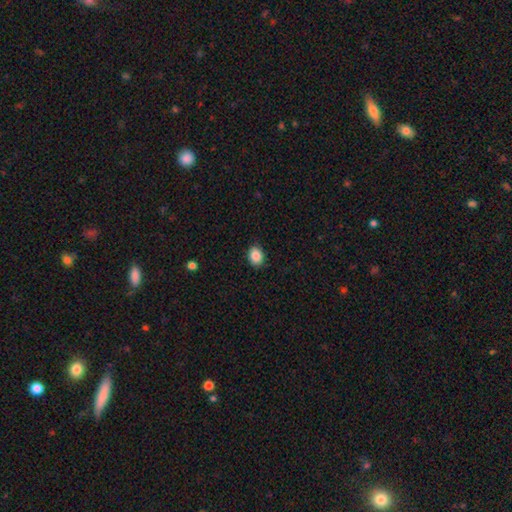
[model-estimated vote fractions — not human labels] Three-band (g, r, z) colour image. It shows a smooth galaxy with no disk features (87%) that is in between round and cigar-shaped (61%). Merging: none (87%).